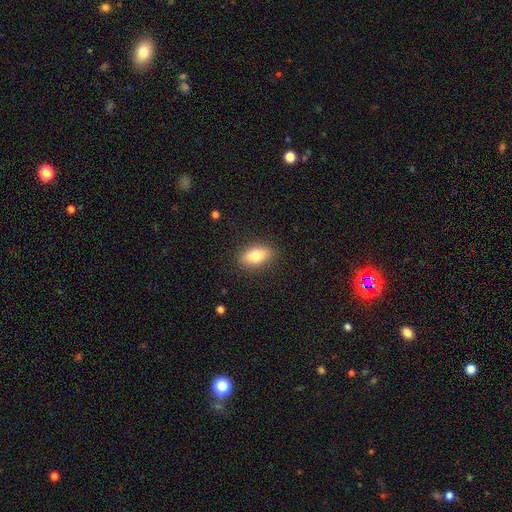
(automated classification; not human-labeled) A smooth galaxy with no disk features (78%) that is in between round and cigar-shaped (85%). Merging: none (88%).